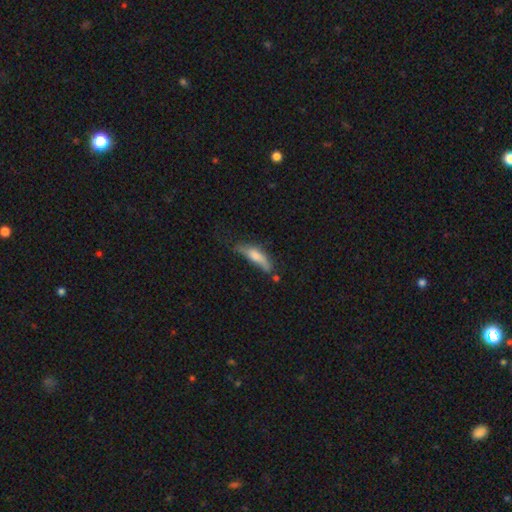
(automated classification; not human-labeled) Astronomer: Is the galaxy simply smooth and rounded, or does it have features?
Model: smooth — 59%.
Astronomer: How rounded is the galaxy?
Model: cigar-shaped — 64%.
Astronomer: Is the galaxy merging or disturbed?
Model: none — 39% (runner-up: minor disturbance, 33%).